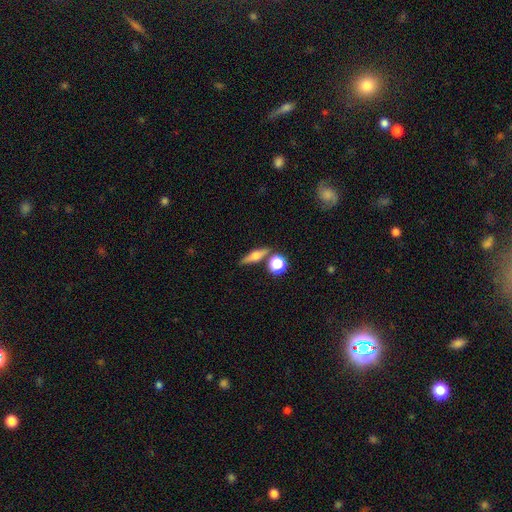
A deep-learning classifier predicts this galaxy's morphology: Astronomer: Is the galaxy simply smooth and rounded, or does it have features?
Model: featured or disk — 51% (runner-up: smooth, 39%).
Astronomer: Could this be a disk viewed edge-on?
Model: yes — 93%.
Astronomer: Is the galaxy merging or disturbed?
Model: none — 78%.